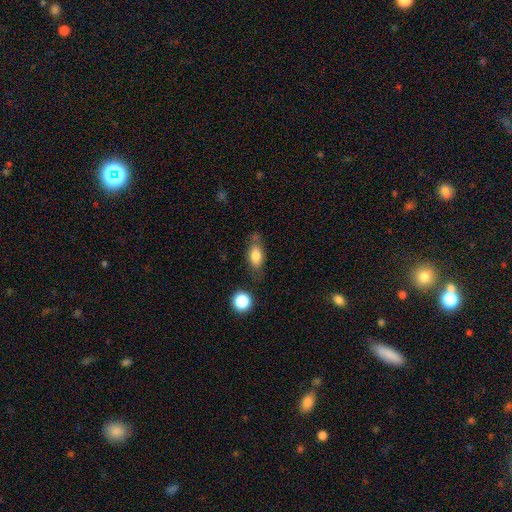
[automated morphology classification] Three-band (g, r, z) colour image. It shows a smooth galaxy with no disk features (77%) that is in between round and cigar-shaped (83%). Merging: none (68%).